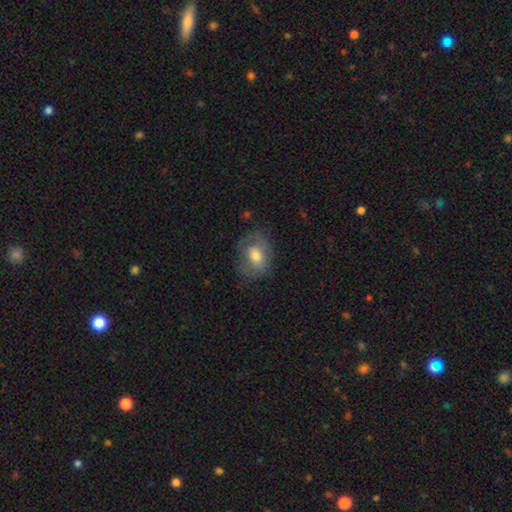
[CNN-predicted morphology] Smooth or featured: smooth — 63% (featured or disk — 29%)
How rounded: in between — 57% (round — 42%)
Merging: none — 63% (minor disturbance — 24%)